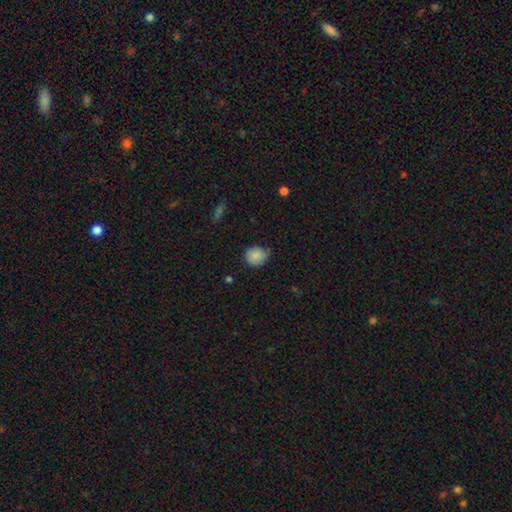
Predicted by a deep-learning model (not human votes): Smooth or featured?
  - smooth: 84% *
  - featured or disk: 9%
  - star or artifact: 8%
How rounded?
  - round: 77% *
  - in between: 22%
  - cigar-shaped: 1%
Merging?
  - none: 65% *
  - minor disturbance: 29%
  - major disturbance: 4%
  - merger: 1%